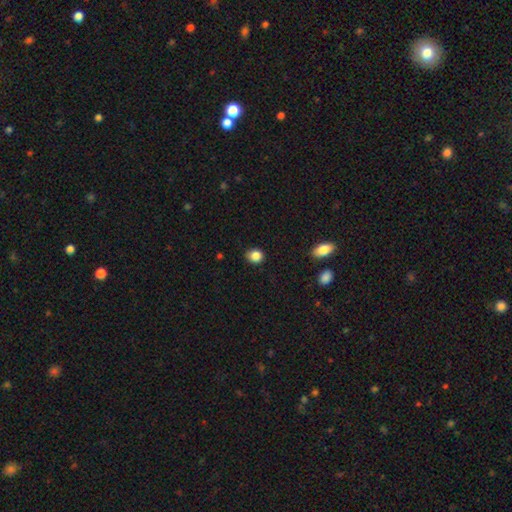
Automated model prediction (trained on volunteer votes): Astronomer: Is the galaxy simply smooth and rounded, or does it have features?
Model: smooth — 86%.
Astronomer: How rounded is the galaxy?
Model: round — 71%.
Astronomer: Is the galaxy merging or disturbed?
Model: none — 82%.